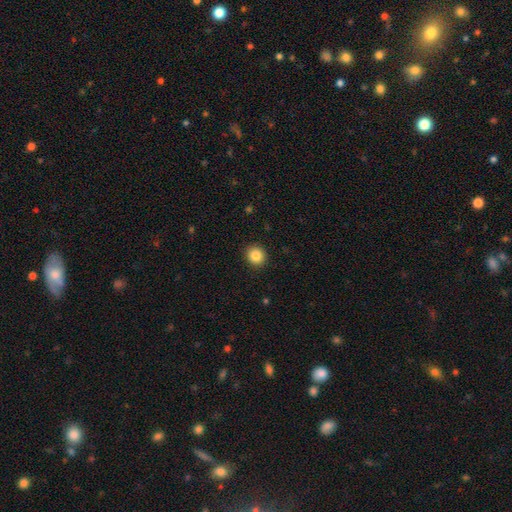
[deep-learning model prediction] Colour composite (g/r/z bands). It shows a smooth galaxy with no disk features (86%) that is round (89%). Merging: none (92%).